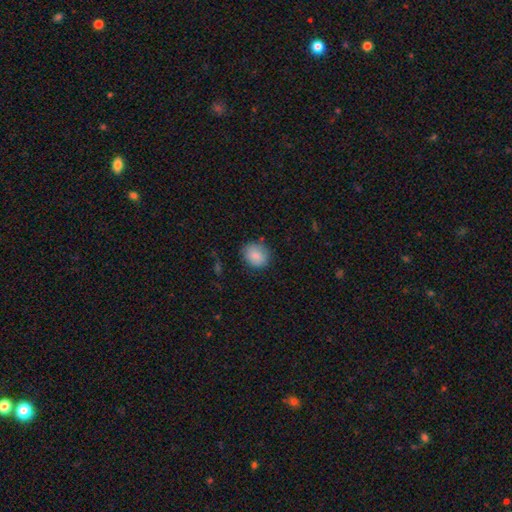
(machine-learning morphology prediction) Smooth or featured: smooth — 86% (star or artifact — 8%)
How rounded: round — 68% (in between — 31%)
Merging: none — 81% (minor disturbance — 14%)